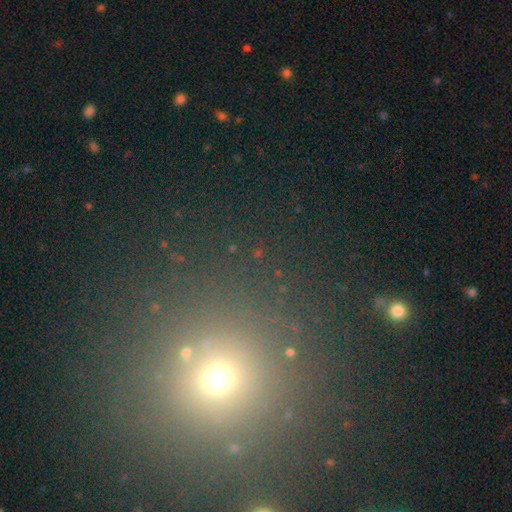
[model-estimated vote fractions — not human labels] The model was most divided on "smooth or featured" (2-way tie): star or artifact: 46%, smooth: 46%, featured or disk: 8%.